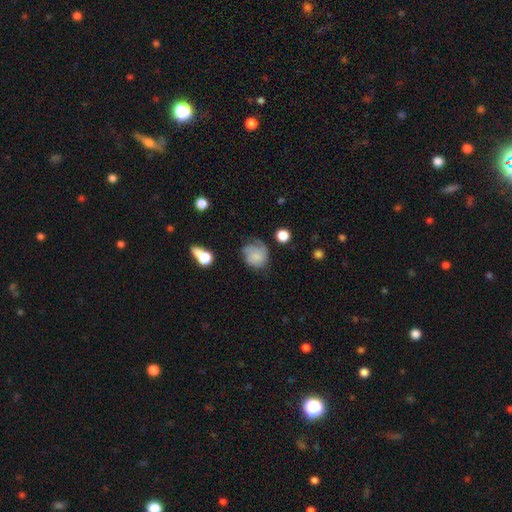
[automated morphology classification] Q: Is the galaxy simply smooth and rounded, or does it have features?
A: smooth — 60%.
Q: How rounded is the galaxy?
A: round — 70%.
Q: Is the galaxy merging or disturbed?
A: none — 44%.